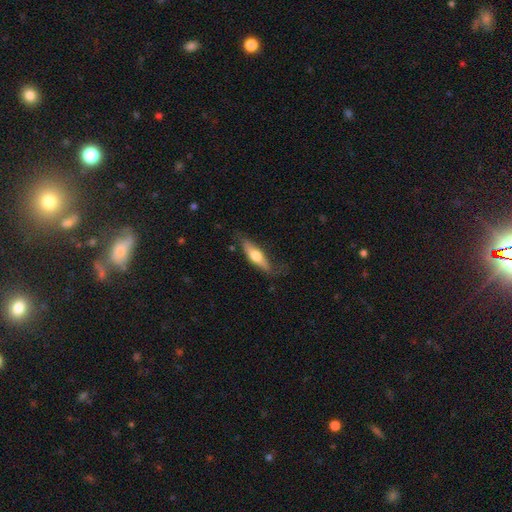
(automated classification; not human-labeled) smooth-or-featured: smooth: 50% | featured or disk: 45% | star or artifact: 5%
  how-rounded: cigar-shaped: 63% | in between: 34% | round: 2%
  merging: none: 66% | minor disturbance: 25% | major disturbance: 8% | merger: 2%